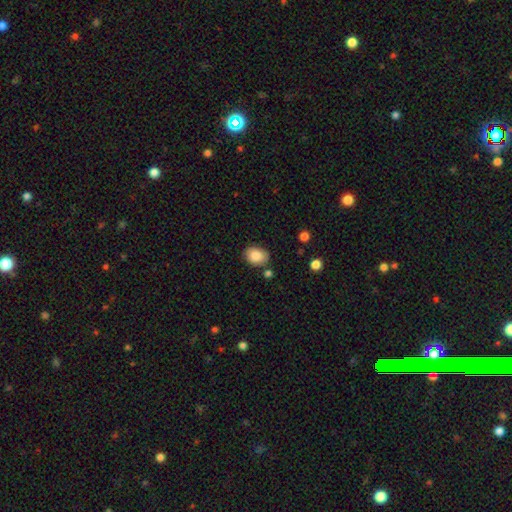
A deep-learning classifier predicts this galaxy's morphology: Q: Smooth or featured?
A: smooth (86%); runner-up: star or artifact (8%)
Q: How rounded?
A: in between (70%); runner-up: round (29%)
Q: Merging?
A: none (79%); runner-up: minor disturbance (13%)